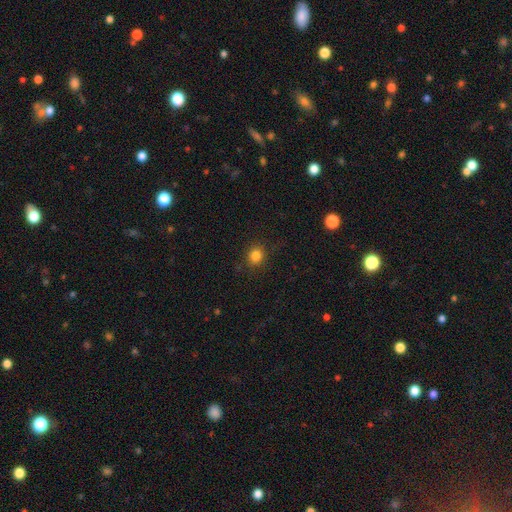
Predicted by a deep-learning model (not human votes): This is clearly a smooth galaxy (83%). How rounded: clearly round (86%). Merging: clearly none (87%).